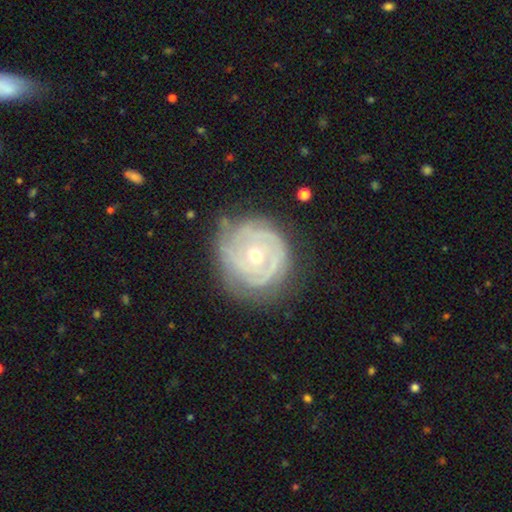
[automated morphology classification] type=featured or disk (82%); edge-on=no (97%); bar=no (81%); spiral arms=yes (89%); winding=tight (79%); arm count=can't tell (37%); bulge=moderate (58%); merging=none (69%).